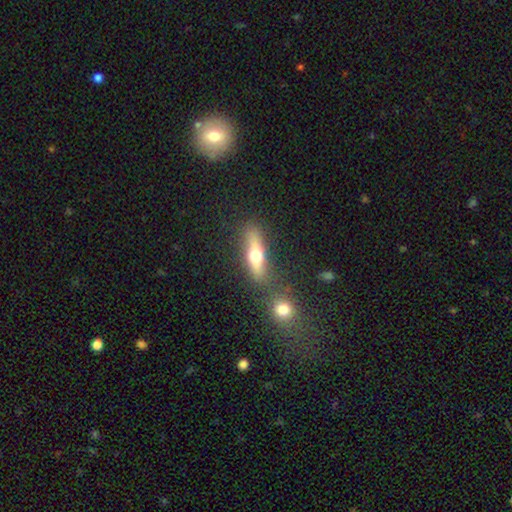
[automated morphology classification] Smooth or featured? Predicted: smooth (p=0.48). Merging? Predicted: none (p=0.72).